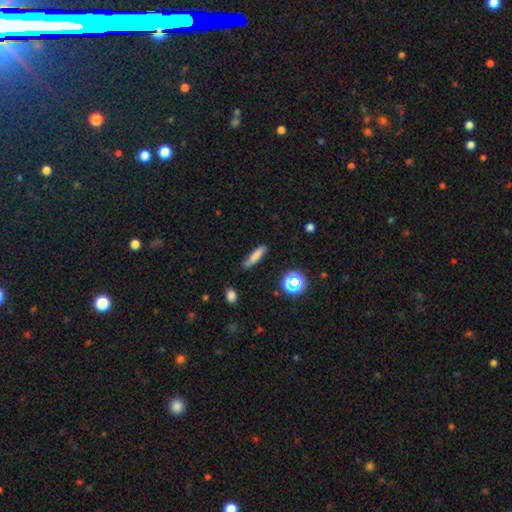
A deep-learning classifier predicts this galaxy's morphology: smooth_or_featured: smooth (p=0.72) [alt: featured or disk p=0.15]
how_rounded: cigar-shaped (p=0.74) [alt: in between p=0.22]
merging: none (p=0.74) [alt: minor disturbance p=0.19]